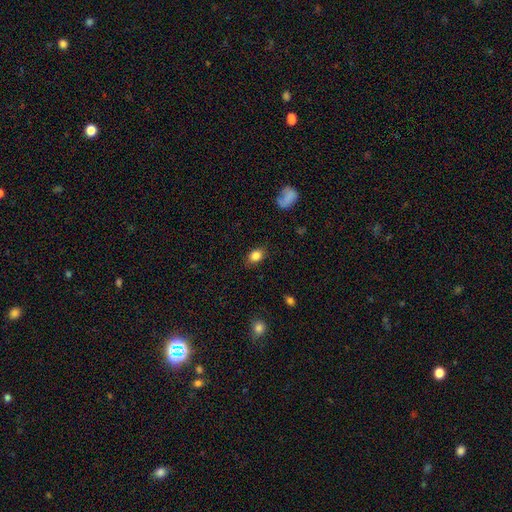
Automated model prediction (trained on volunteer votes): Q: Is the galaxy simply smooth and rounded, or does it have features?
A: smooth — 83%.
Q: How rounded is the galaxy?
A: in between — 67%.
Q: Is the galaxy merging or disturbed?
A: none — 83%.